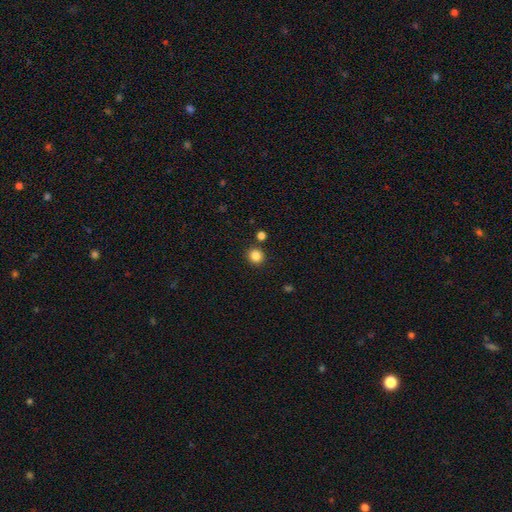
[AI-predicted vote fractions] This appears to be a smooth galaxy with no disk features (85%) that is round (90%). Merging: none (86%).